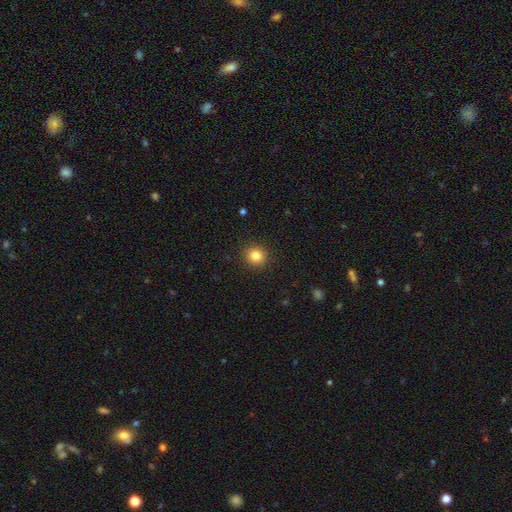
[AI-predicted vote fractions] smooth 84%, star or artifact 11%, featured or disk 5%. Down the decision tree: how rounded — round (89%); merging — none (91%).